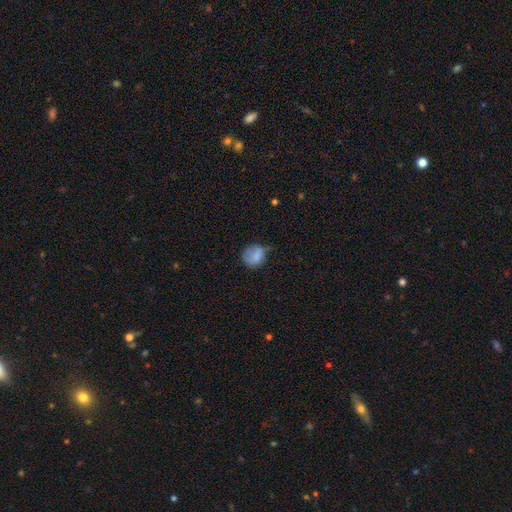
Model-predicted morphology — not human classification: The model was most divided on "merging": none: 45%, minor disturbance: 37%, major disturbance: 17%, merger: 2%. More confident: smooth or featured — smooth (76%); how rounded — round (68%).